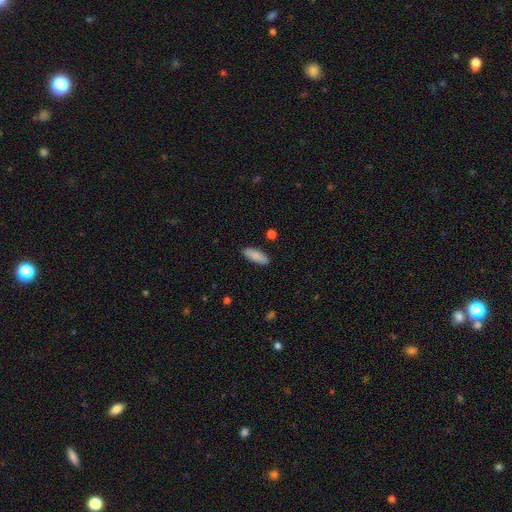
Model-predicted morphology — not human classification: This appears to be a smooth galaxy with no disk features (87%) that is in between round and cigar-shaped (73%). Merging: none (88%).